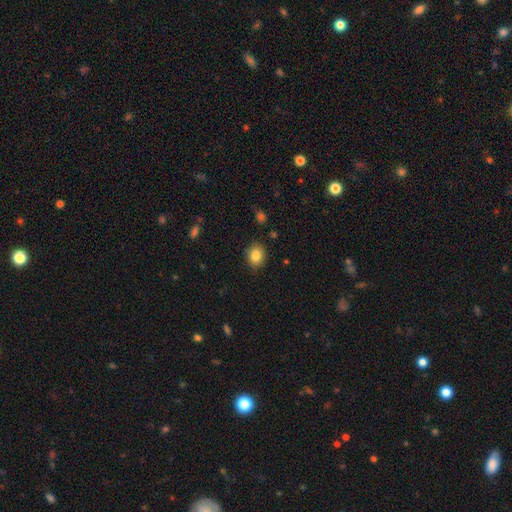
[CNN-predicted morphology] Smooth or featured? Predicted: smooth (p=0.84). How rounded? Predicted: round (p=0.61). Merging? Predicted: none (p=0.87).